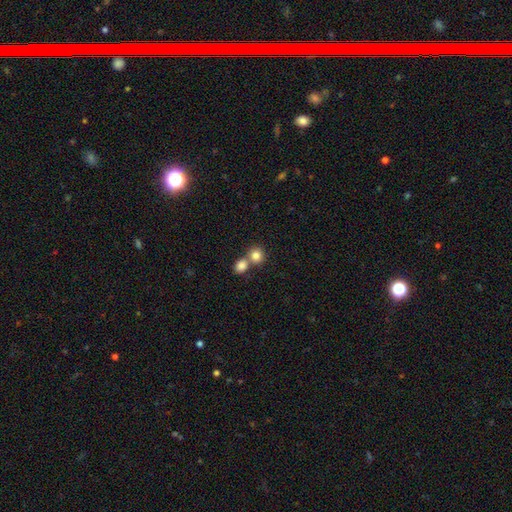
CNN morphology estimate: The model was most divided on "merging": none: 48%, merger: 44%, minor disturbance: 6%, major disturbance: 2%. More confident: smooth or featured — smooth (83%); how rounded — round (81%).